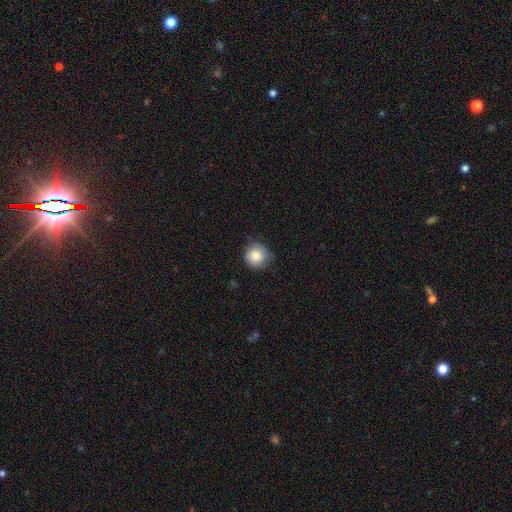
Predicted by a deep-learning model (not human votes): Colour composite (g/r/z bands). It shows a smooth galaxy with no disk features (85%) that is round (93%). Merging: none (76%).